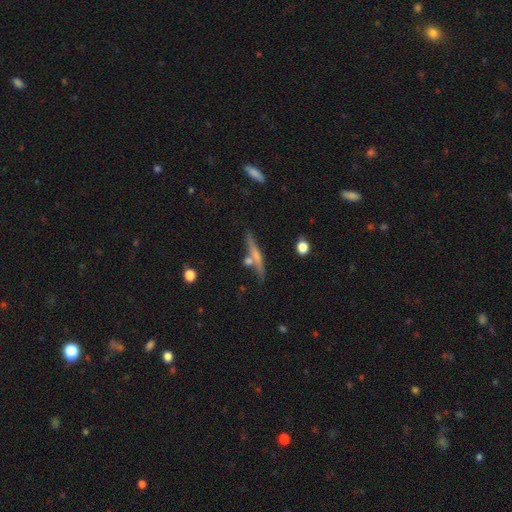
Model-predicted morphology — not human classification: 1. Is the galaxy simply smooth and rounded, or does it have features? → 51% featured or disk, 42% smooth, 7% star or artifact.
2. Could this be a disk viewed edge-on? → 92% yes, 8% no.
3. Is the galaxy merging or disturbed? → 70% none, 14% minor disturbance, 12% merger, 4% major disturbance.